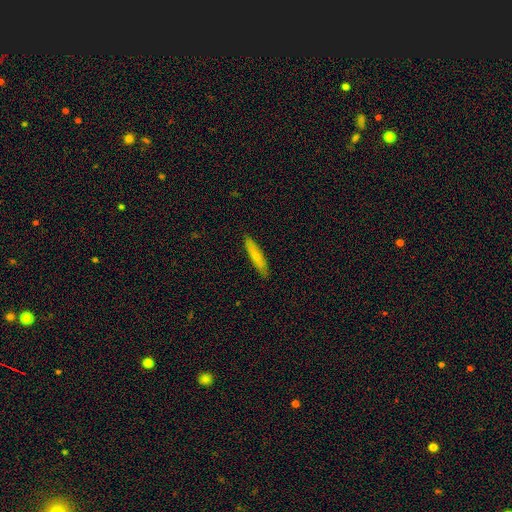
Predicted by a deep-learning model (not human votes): Smooth or featured? Predicted: smooth (p=0.75). How rounded? Predicted: cigar-shaped (p=0.89). Merging? Predicted: none (p=0.89).